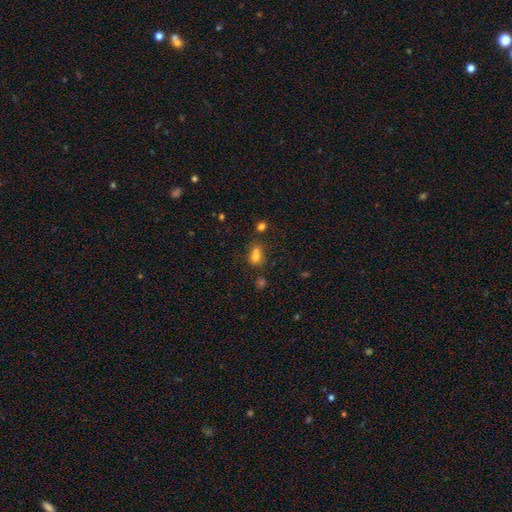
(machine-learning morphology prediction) type=smooth (72%); roundness=in between (50%); merging=merger (42%).